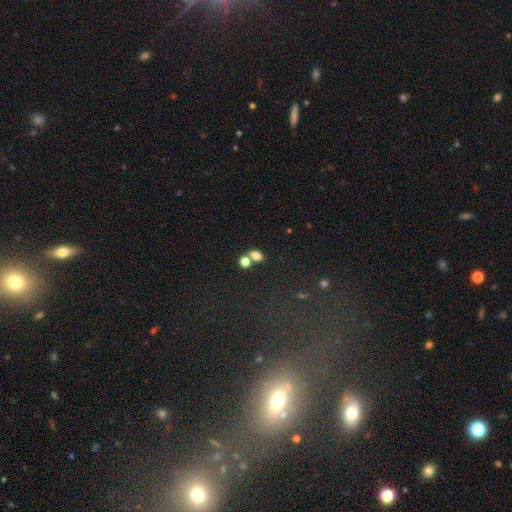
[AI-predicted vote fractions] Morphology: type=smooth (77%); roundness=in between (70%); merging=none (52%).